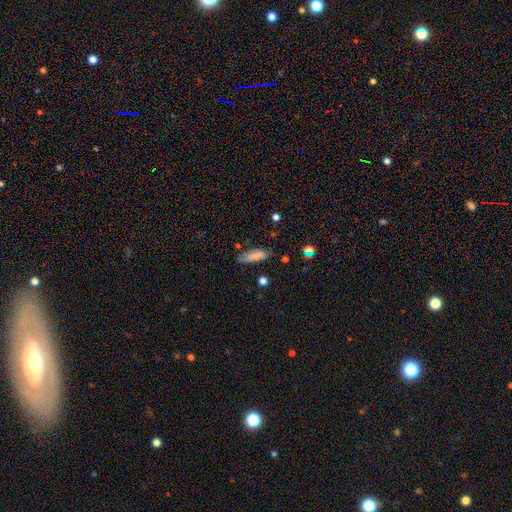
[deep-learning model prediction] Smooth or featured? Predicted: smooth (p=0.81). How rounded? Predicted: in between (p=0.53). Merging? Predicted: none (p=0.63).